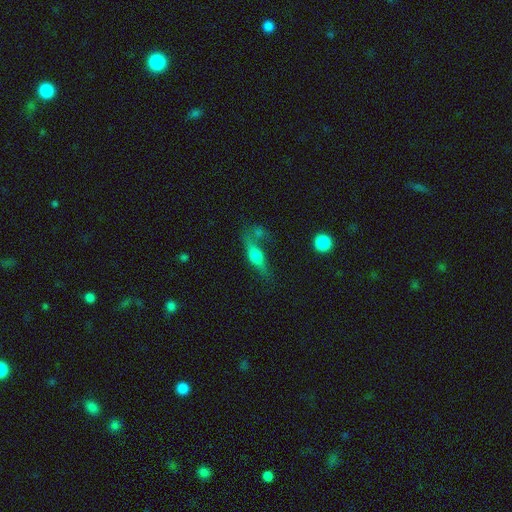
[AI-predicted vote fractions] Q: Smooth or featured?
A: featured or disk (49%); runner-up: smooth (41%)
Q: Merging?
A: none (56%); runner-up: minor disturbance (19%)